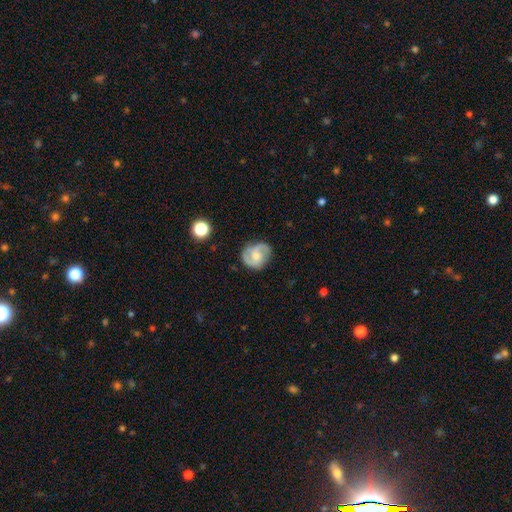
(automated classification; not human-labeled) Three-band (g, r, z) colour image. It shows a featured or disk galaxy (75%) with no bar (48%), 2 (84%) medium (52%) spiral arms (95%) and a moderate central bulge (43%). Merging: none (78%).